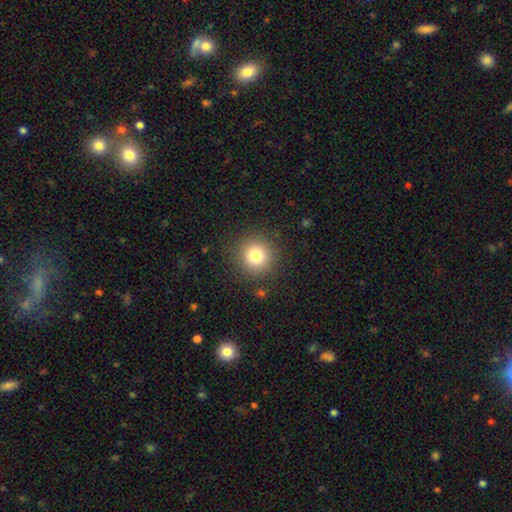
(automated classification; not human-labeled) The model was most divided on "smooth or featured": smooth: 80%, star or artifact: 12%, featured or disk: 8%. More confident: how rounded — round (94%); merging — none (88%).